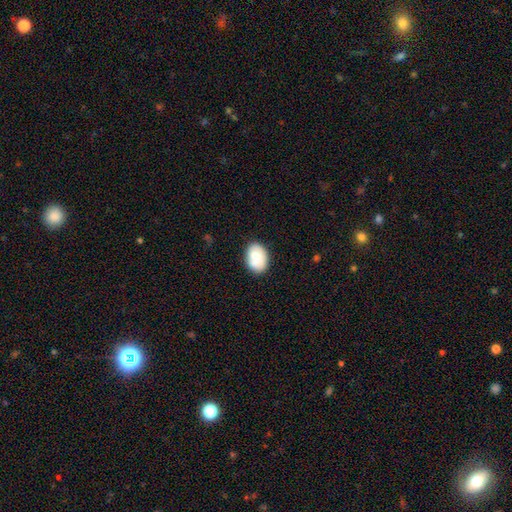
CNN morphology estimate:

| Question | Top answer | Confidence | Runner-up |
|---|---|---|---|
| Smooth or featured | smooth | 74% | featured or disk (19%) |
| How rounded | in between | 79% | round (20%) |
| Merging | none | 74% | minor disturbance (18%) |